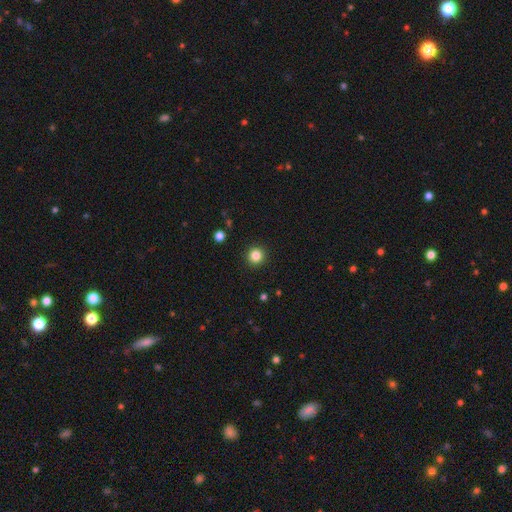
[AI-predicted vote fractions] Smooth or featured: smooth — 84% (star or artifact — 12%)
How rounded: round — 95% (in between — 4%)
Merging: none — 93% (minor disturbance — 5%)